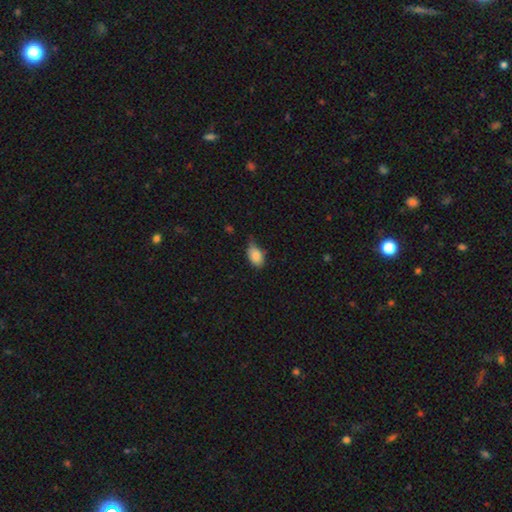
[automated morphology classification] Smooth or featured? smooth (86%)
How rounded? in between (89%)
Merging? none (48%)